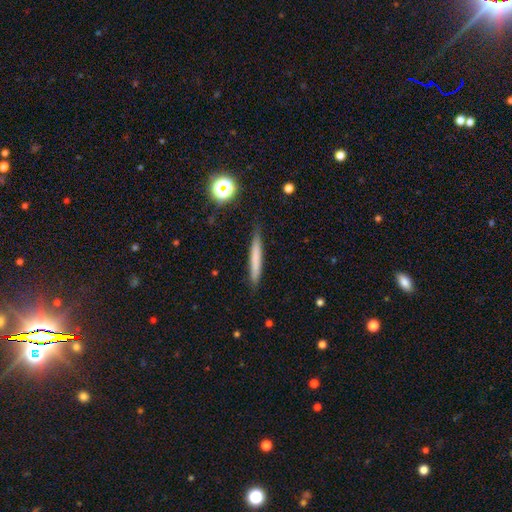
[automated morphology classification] smooth-or-featured: smooth: 64% | featured or disk: 26% | star or artifact: 10%
  how-rounded: cigar-shaped: 95% | in between: 3% | round: 2%
  merging: none: 88% | minor disturbance: 9% | major disturbance: 2% | merger: 1%